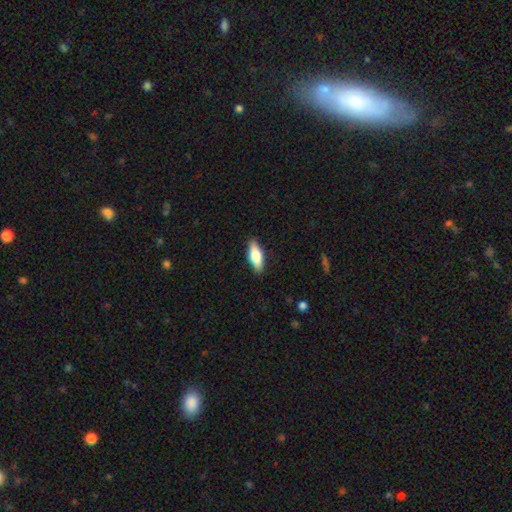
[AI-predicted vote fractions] This is likely a smooth galaxy (71%). How rounded: likely in between (65%). Merging: clearly none (88%).